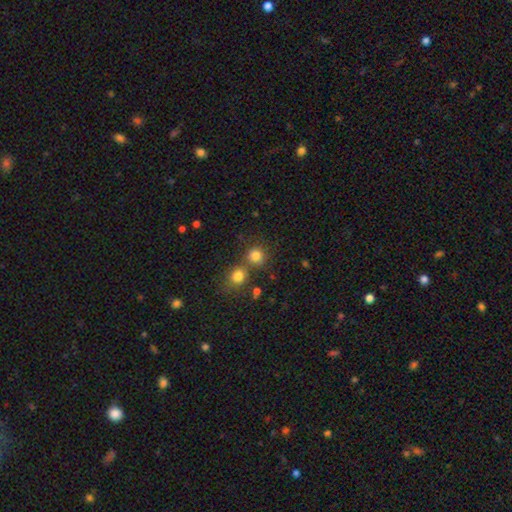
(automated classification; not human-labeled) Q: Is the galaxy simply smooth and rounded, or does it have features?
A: smooth — 80%.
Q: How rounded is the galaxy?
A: round — 88%.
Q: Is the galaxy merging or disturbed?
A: none — 63%.